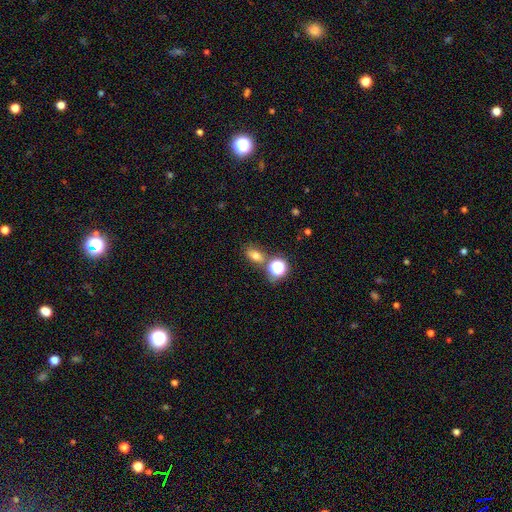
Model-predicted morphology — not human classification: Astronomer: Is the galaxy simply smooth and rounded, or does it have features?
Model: smooth — 72%.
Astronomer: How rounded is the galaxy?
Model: in between — 70%.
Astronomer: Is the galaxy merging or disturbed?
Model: none — 68%.